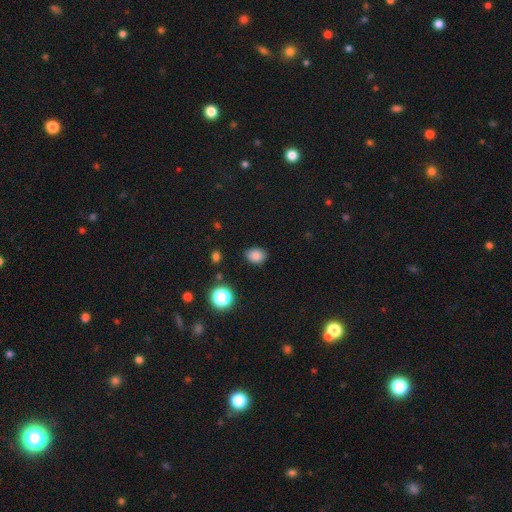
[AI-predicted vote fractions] Smooth or featured?
  - smooth: 83% *
  - star or artifact: 12%
  - featured or disk: 4%
How rounded?
  - in between: 55% *
  - round: 44%
  - cigar-shaped: 1%
Merging?
  - none: 83% *
  - minor disturbance: 12%
  - major disturbance: 3%
  - merger: 2%